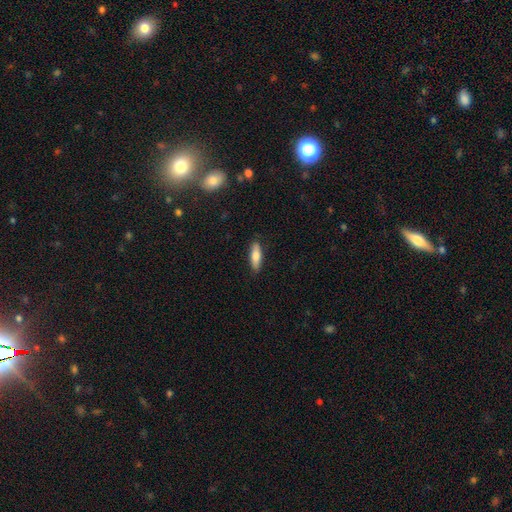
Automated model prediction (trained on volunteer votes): This appears to be a smooth galaxy with no disk features (75%) that is in between round and cigar-shaped (49%, tied with cigar-shaped). Merging: none (87%).